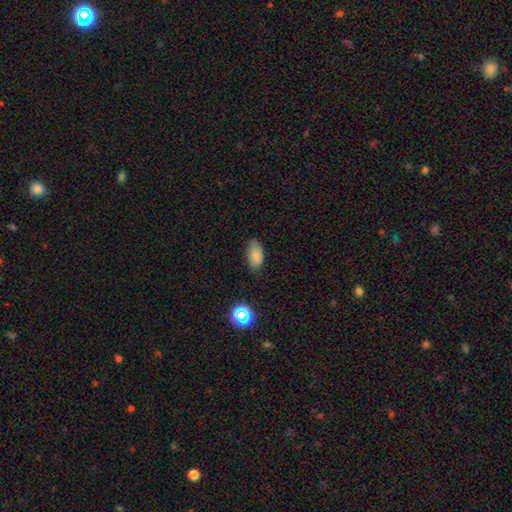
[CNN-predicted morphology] A smooth galaxy with no disk features (79%) that is in between round and cigar-shaped (91%).

Vote fractions:
- Smooth or featured? smooth: 79% / star or artifact: 11% / featured or disk: 10%
- How rounded? in between: 91% / round: 6% / cigar-shaped: 3%
- Merging? none: 70% / minor disturbance: 24% / major disturbance: 4% / merger: 2%